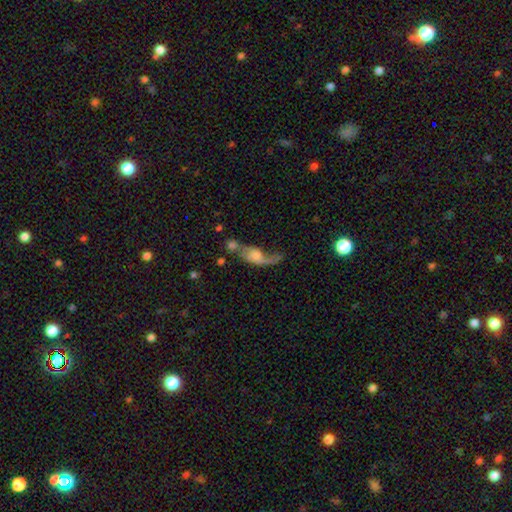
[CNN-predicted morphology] A featured or disk galaxy (59%) with no bar (69%), spiral arms (78%) and a moderate central bulge (30%). Merging: merger (29%).